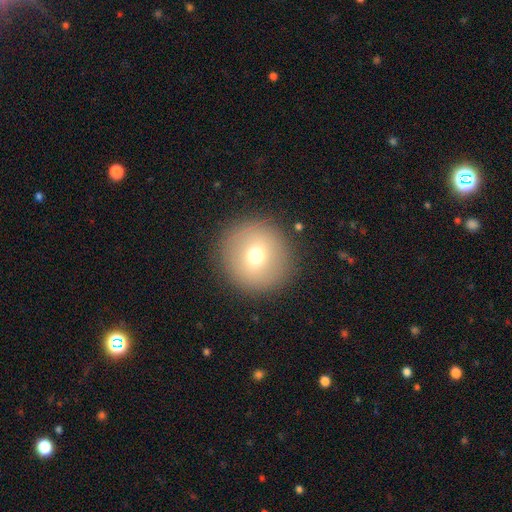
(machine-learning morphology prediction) Smooth or featured?
  - smooth: 69% *
  - featured or disk: 18%
  - star or artifact: 13%
How rounded?
  - round: 96% *
  - in between: 3%
  - cigar-shaped: 1%
Merging?
  - none: 90% *
  - minor disturbance: 5%
  - major disturbance: 3%
  - merger: 1%